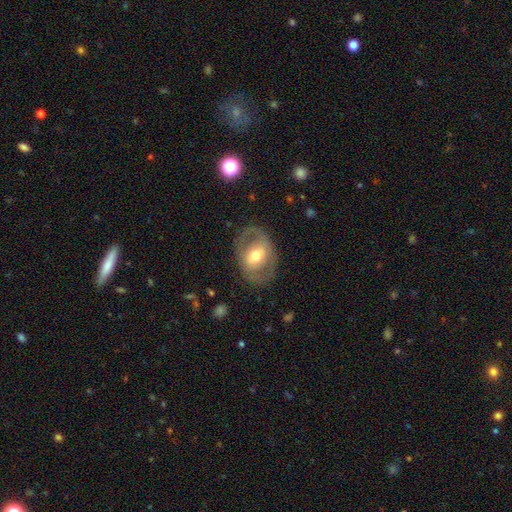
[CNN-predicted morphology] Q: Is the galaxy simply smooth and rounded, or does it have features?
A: featured or disk — 58%.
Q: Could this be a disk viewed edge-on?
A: no — 93%.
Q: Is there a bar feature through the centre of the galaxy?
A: no — 41%.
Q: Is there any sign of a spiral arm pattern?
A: no — 60%.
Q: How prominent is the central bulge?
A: moderate — 69%.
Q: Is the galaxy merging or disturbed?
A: none — 75%.